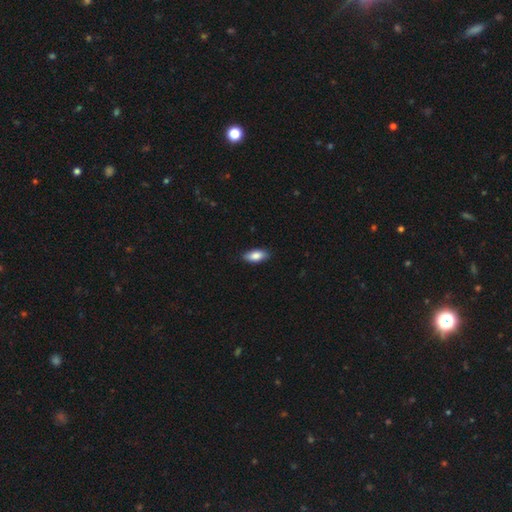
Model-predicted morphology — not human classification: Smooth or featured? smooth (85%)
How rounded? in between (87%)
Merging? none (88%)